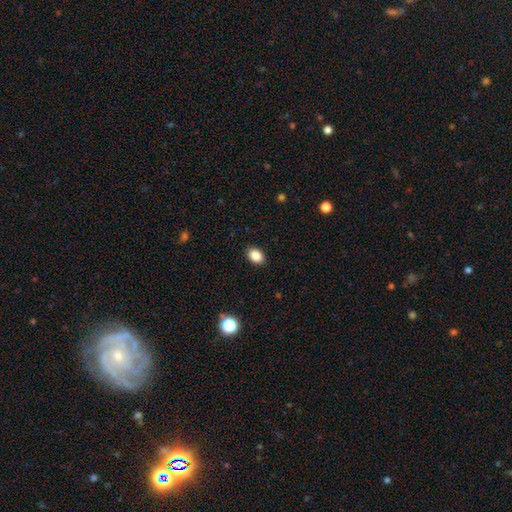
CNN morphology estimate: This is clearly a smooth galaxy (87%). How rounded: likely in between (77%). Merging: clearly none (90%).